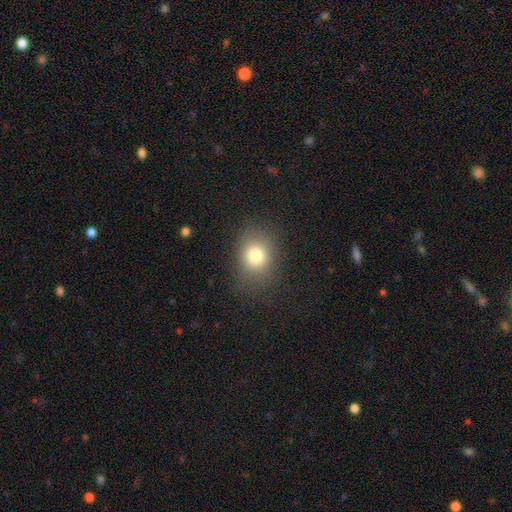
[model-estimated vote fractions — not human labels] Smooth or featured?
  - smooth: 78% *
  - star or artifact: 13%
  - featured or disk: 9%
How rounded?
  - round: 58% *
  - in between: 41%
  - cigar-shaped: 1%
Merging?
  - none: 80% *
  - minor disturbance: 13%
  - major disturbance: 6%
  - merger: 1%